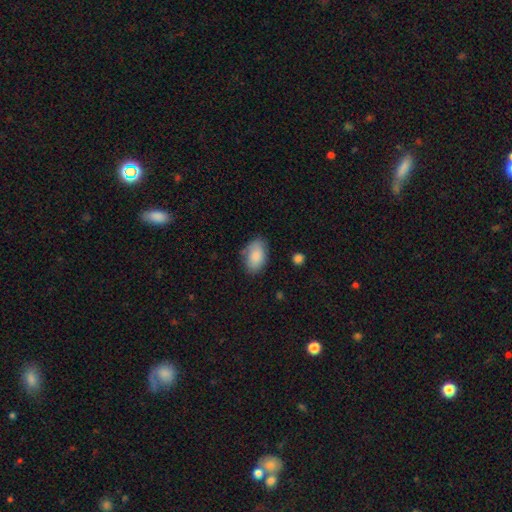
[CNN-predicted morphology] This appears to be a smooth galaxy with no disk features (85%) that is in between round and cigar-shaped (92%). Merging: none (71%).